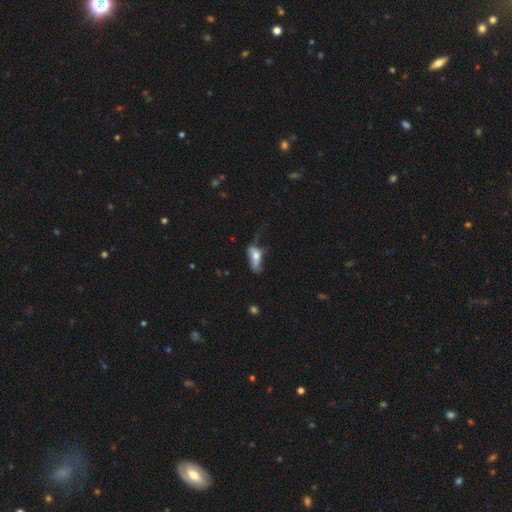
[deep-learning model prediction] Overall: smooth (56%; featured or disk 34%). How rounded: in between (75%). Merging: major disturbance (40%; minor disturbance 27%).